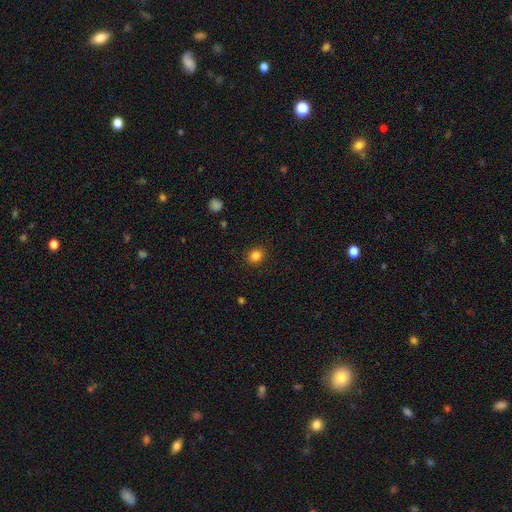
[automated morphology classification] smooth 84%, star or artifact 11%, featured or disk 5%. Down the decision tree: how rounded — round (70%); merging — none (88%).